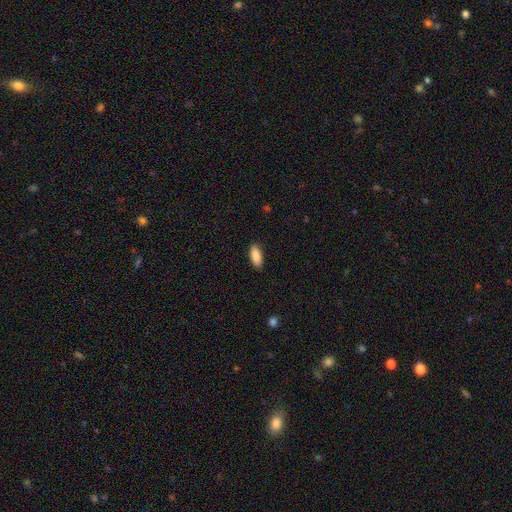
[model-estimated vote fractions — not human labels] Smooth or featured?
  - smooth: 89% *
  - star or artifact: 6%
  - featured or disk: 5%
How rounded?
  - in between: 84% *
  - cigar-shaped: 14%
  - round: 2%
Merging?
  - none: 89% *
  - minor disturbance: 8%
  - major disturbance: 2%
  - merger: 1%